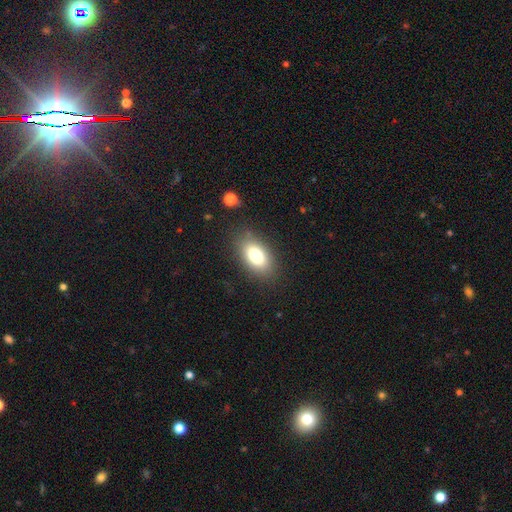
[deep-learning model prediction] The model was most divided on "smooth or featured": smooth: 79%, featured or disk: 12%, star or artifact: 9%. More confident: how rounded — in between (90%); merging — none (83%).